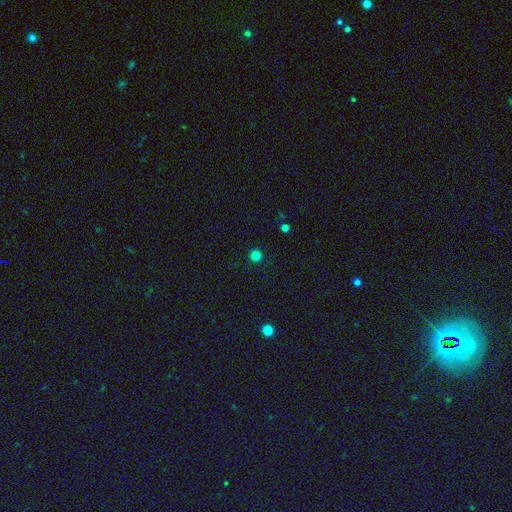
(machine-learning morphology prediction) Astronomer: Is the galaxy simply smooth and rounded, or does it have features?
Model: smooth — 81%.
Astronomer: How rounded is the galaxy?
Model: round — 96%.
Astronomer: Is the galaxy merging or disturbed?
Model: none — 93%.